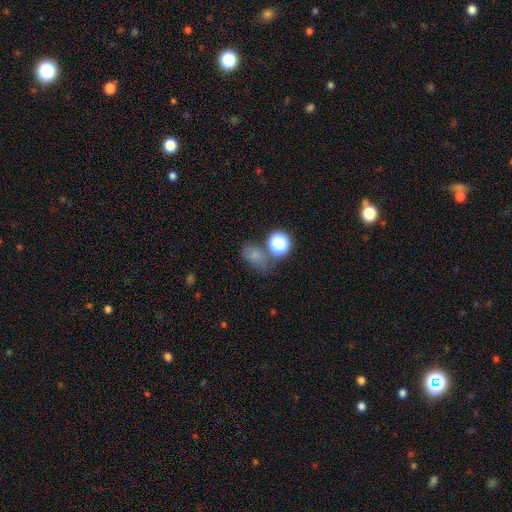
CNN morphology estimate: A smooth galaxy with no disk features (67%) that is in between round and cigar-shaped (67%). Merging: none (51%).